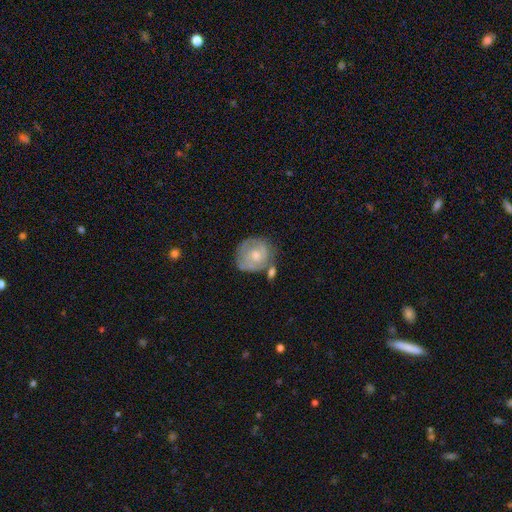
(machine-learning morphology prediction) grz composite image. It shows a featured or disk galaxy (60%) with no bar (70%), spiral arms (79%) and a moderate central bulge (52%). Merging: none (57%).